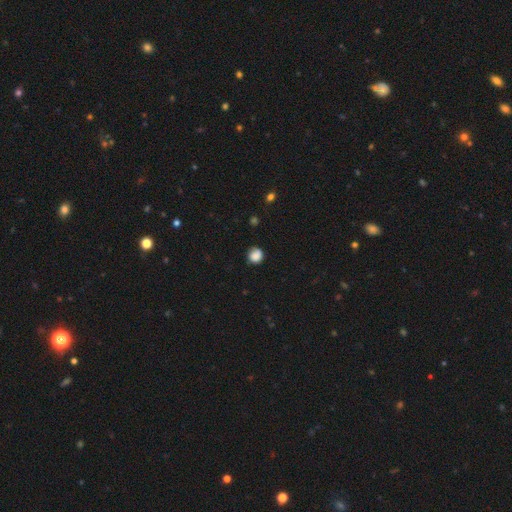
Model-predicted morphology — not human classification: Smooth or featured?
  - smooth: 85% *
  - star or artifact: 10%
  - featured or disk: 5%
How rounded?
  - round: 87% *
  - in between: 12%
  - cigar-shaped: 1%
Merging?
  - none: 74% *
  - minor disturbance: 20%
  - major disturbance: 4%
  - merger: 2%